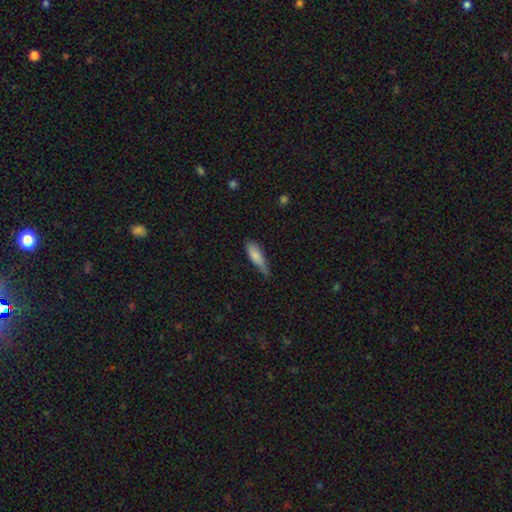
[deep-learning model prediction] smooth-or-featured: smooth: 80% | featured or disk: 13% | star or artifact: 6%
  how-rounded: cigar-shaped: 50% | in between: 48% | round: 2%
  merging: none: 46% | minor disturbance: 43% | major disturbance: 9% | merger: 2%